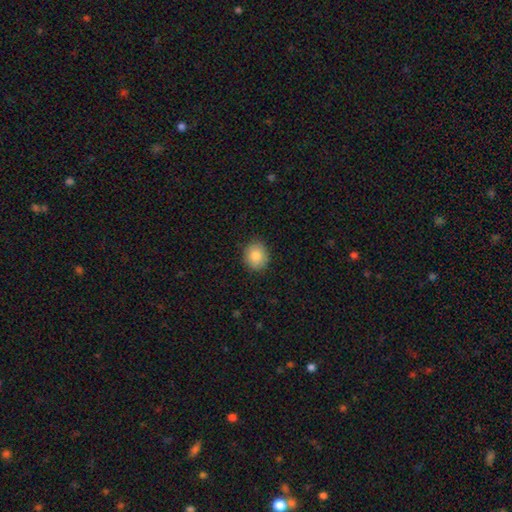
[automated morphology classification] Q: Smooth or featured?
A: smooth (84%); runner-up: star or artifact (8%)
Q: How rounded?
A: round (76%); runner-up: in between (23%)
Q: Merging?
A: none (88%); runner-up: minor disturbance (9%)